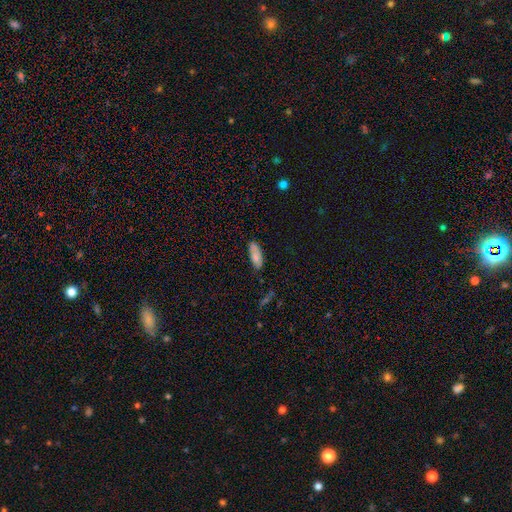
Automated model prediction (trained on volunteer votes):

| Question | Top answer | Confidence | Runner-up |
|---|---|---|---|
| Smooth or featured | smooth | 79% | featured or disk (14%) |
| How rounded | in between | 70% | cigar-shaped (28%) |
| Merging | none | 77% | minor disturbance (18%) |